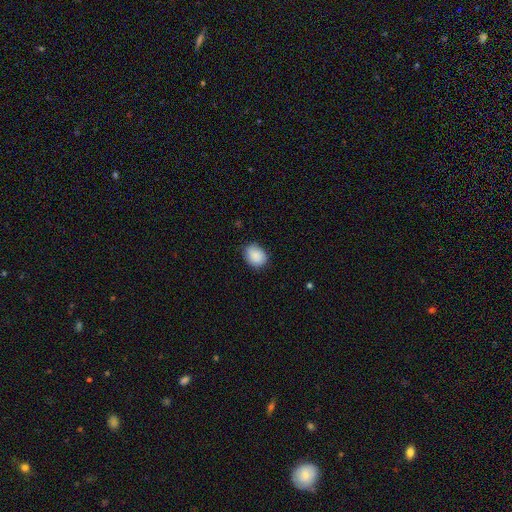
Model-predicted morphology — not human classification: Smooth or featured? smooth (89%)
How rounded? in between (60%)
Merging? none (78%)